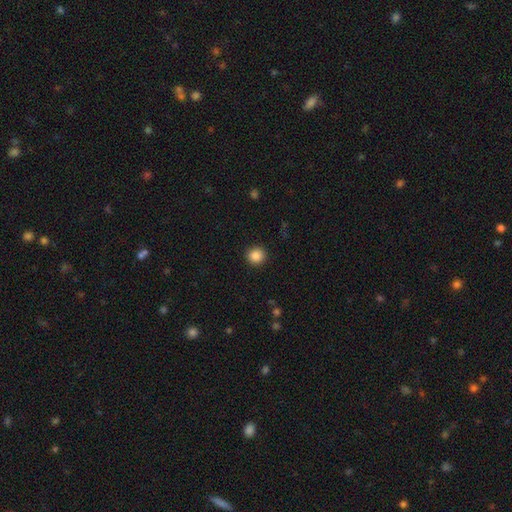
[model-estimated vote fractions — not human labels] Overall: smooth (87%). How rounded: round (92%). Merging: none (92%).